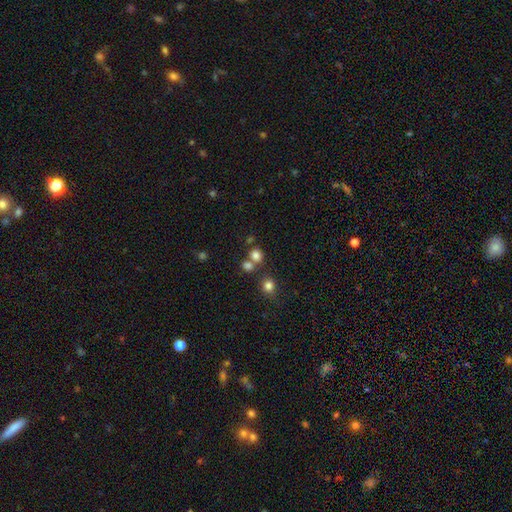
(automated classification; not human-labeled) This appears to be a smooth galaxy with no disk features (78%) that is round (77%). Merging: none (58%).